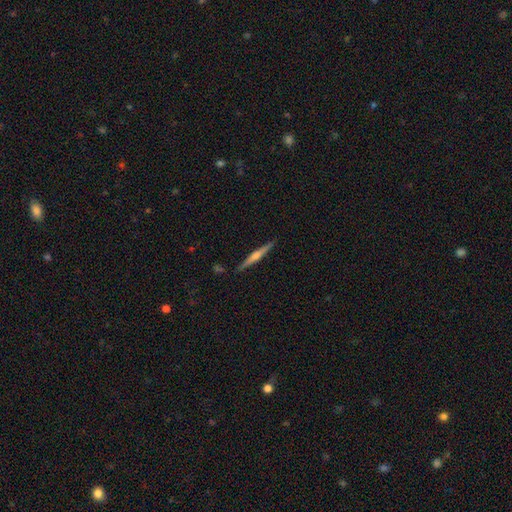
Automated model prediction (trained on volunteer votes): The model was most divided on "smooth or featured": featured or disk: 68%, smooth: 26%, star or artifact: 6%. More confident: edge-on disk — yes (98%); merging — none (90%); edge-on bulge — rounded (82%).